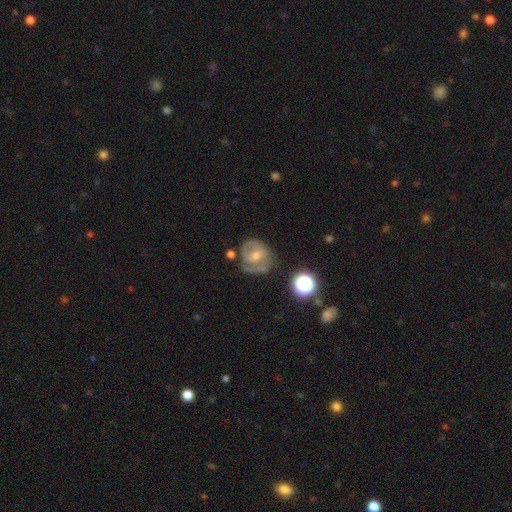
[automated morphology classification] Smooth or featured? Predicted: featured or disk (p=0.71). Edge-on disk? Predicted: no (p=0.97). Bar? Predicted: no (p=0.44). Spiral arms? Predicted: yes (p=0.81). Spiral winding? Predicted: tight (p=0.51). Spiral arm count? Predicted: 2 (p=0.48). Bulge size? Predicted: small (p=0.47, tied with moderate). Merging? Predicted: none (p=0.59).